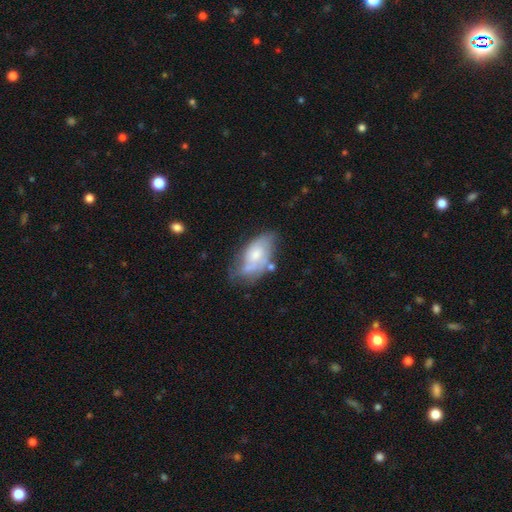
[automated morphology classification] Smooth or featured? featured or disk (51%)
Edge-on disk? no (93%)
Merging? none (43%)